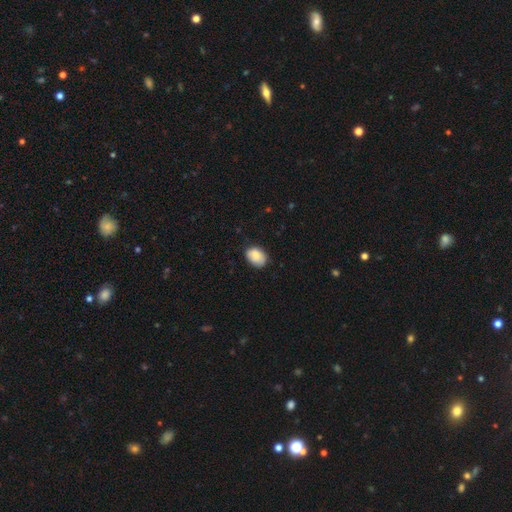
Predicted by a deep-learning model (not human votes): A smooth galaxy with no disk features (84%) that is in between round and cigar-shaped (71%).

Vote fractions:
- Smooth or featured? smooth: 84% / featured or disk: 9% / star or artifact: 7%
- How rounded? in between: 71% / round: 28% / cigar-shaped: 1%
- Merging? none: 73% / minor disturbance: 22% / major disturbance: 4% / merger: 1%